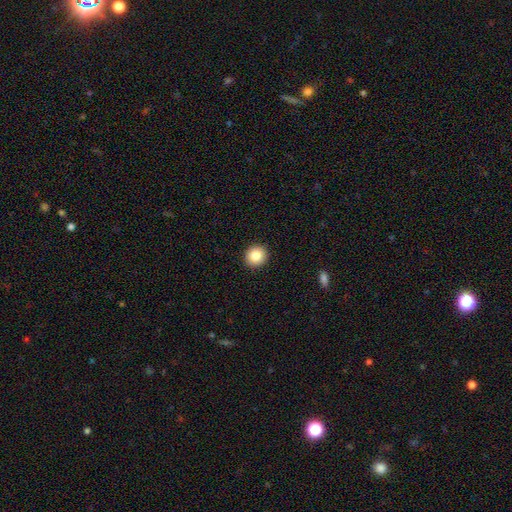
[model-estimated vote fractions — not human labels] Smooth or featured? smooth (85%)
How rounded? round (90%)
Merging? none (93%)